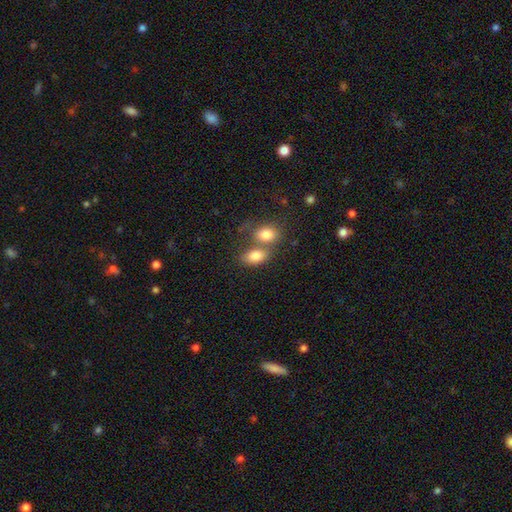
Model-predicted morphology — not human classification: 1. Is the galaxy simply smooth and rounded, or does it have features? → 82% smooth, 10% featured or disk, 9% star or artifact.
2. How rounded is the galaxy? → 85% in between, 13% round, 2% cigar-shaped.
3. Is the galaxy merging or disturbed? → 52% merger, 35% none, 9% minor disturbance, 4% major disturbance.